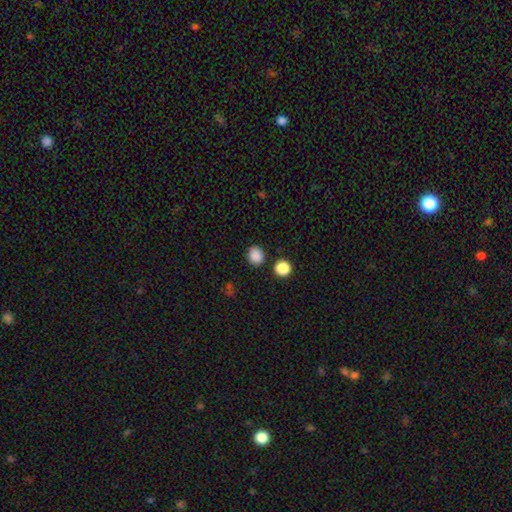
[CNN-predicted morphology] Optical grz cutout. It shows a smooth galaxy with no disk features (86%) that is round (72%). Merging: none (85%).